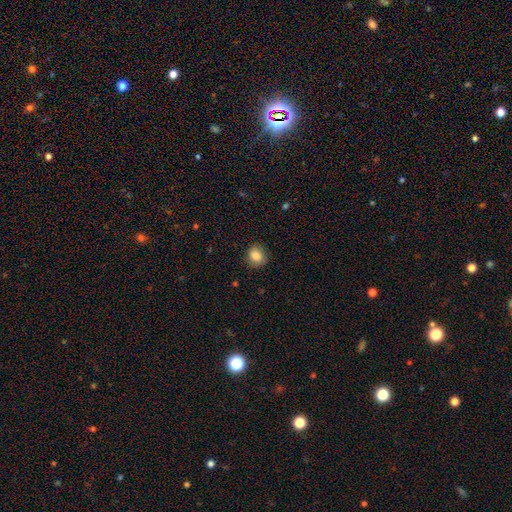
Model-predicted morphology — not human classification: Smooth or featured? Predicted: smooth (p=0.85). How rounded? Predicted: round (p=0.72). Merging? Predicted: none (p=0.82).